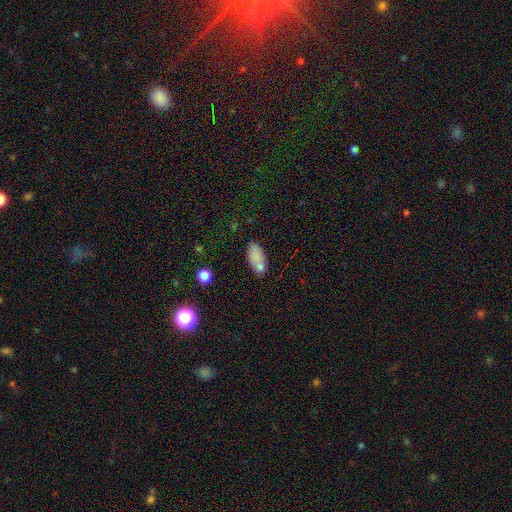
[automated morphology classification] This is likely a smooth galaxy (79%). How rounded: clearly in between (89%). Merging: possibly none (55%).